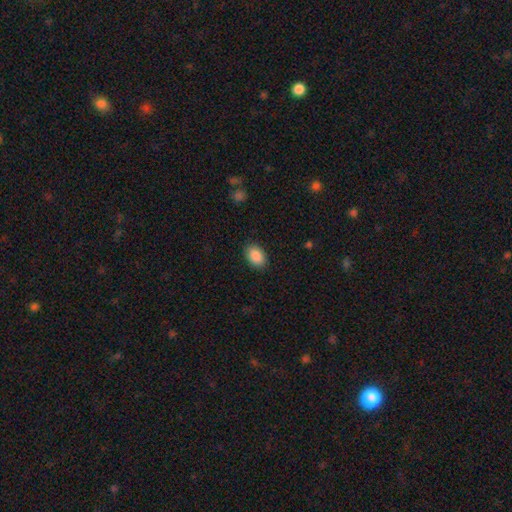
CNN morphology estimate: smooth 89%, star or artifact 7%, featured or disk 4%. Down the decision tree: how rounded — in between (87%); merging — none (88%).